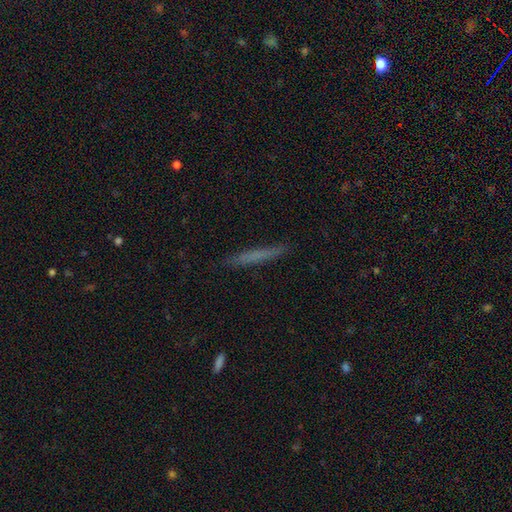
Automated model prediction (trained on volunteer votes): smooth 61%, featured or disk 31%, star or artifact 8%. Down the decision tree: how rounded — cigar-shaped (96%); merging — none (87%).